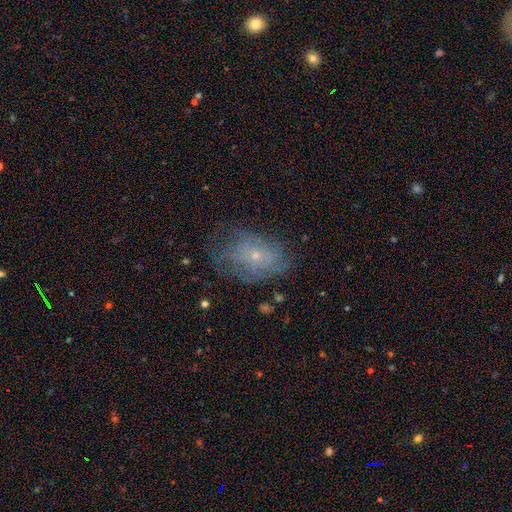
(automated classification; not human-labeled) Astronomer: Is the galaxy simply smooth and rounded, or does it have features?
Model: featured or disk — 58%.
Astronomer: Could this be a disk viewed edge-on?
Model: no — 95%.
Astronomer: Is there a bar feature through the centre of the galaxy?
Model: no — 83%.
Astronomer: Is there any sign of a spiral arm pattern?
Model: yes — 69%.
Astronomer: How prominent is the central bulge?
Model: small — 77%.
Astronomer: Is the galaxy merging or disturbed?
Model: none — 61%.